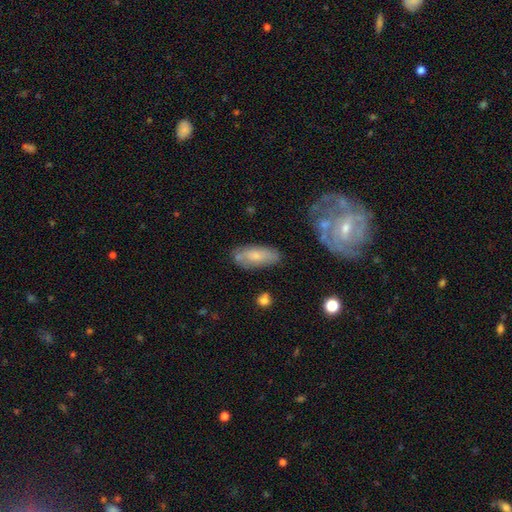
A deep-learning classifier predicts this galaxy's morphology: Q: Smooth or featured?
A: smooth (61%); runner-up: featured or disk (32%)
Q: How rounded?
A: in between (76%); runner-up: cigar-shaped (21%)
Q: Merging?
A: none (70%); runner-up: minor disturbance (20%)